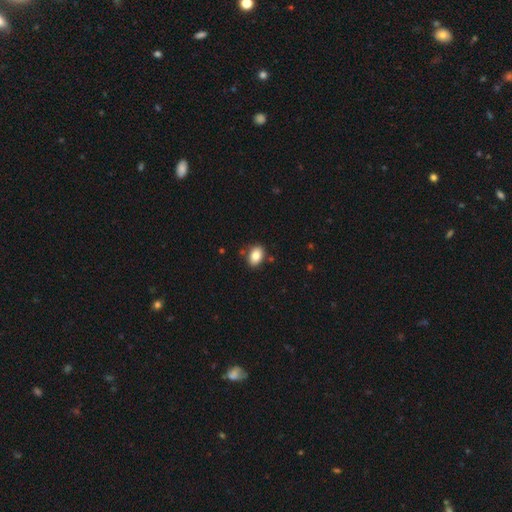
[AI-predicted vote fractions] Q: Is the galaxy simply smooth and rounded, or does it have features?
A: smooth — 84%.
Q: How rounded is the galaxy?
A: in between — 79%.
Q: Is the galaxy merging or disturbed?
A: none — 82%.